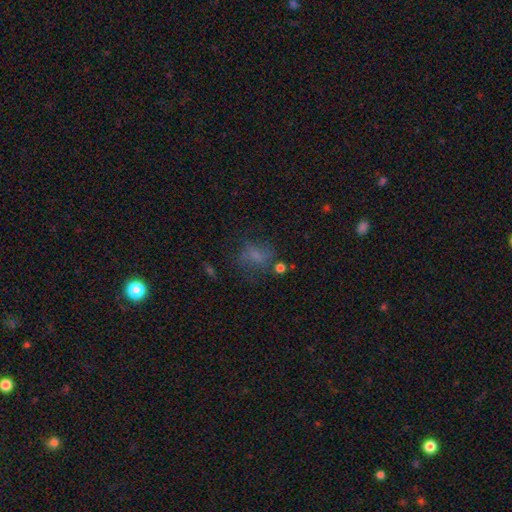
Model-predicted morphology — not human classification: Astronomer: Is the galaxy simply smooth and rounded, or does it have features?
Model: smooth — 58%.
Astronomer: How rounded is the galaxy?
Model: in between — 53% (runner-up: round, 44%).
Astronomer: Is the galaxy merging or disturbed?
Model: none — 50%.